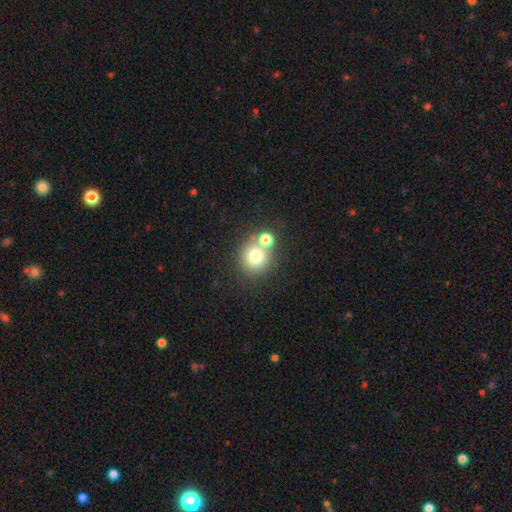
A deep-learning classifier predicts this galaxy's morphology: Smooth or featured?
  - smooth: 73% *
  - star or artifact: 14%
  - featured or disk: 13%
How rounded?
  - round: 89% *
  - in between: 10%
  - cigar-shaped: 1%
Merging?
  - none: 59% *
  - merger: 30%
  - minor disturbance: 8%
  - major disturbance: 3%